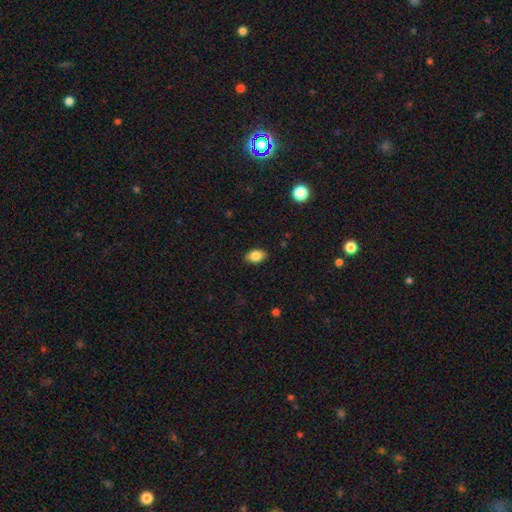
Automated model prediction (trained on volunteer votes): A smooth galaxy with no disk features (85%) that is in between round and cigar-shaped (84%).

Vote fractions:
- Smooth or featured? smooth: 85% / star or artifact: 9% / featured or disk: 6%
- How rounded? in between: 84% / round: 14% / cigar-shaped: 1%
- Merging? none: 88% / minor disturbance: 9% / major disturbance: 2% / merger: 1%